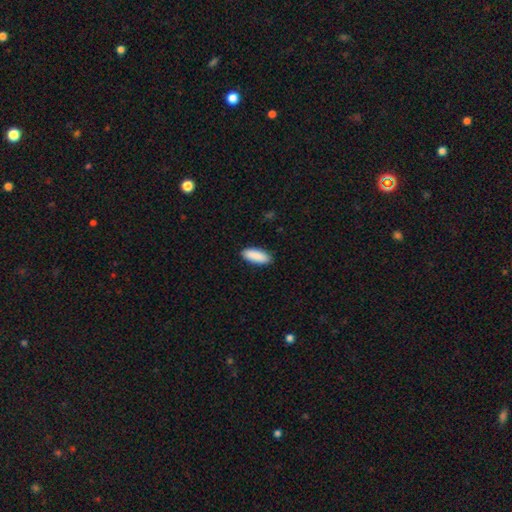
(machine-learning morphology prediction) Q: Smooth or featured?
A: smooth (91%); runner-up: star or artifact (6%)
Q: How rounded?
A: in between (78%); runner-up: cigar-shaped (21%)
Q: Merging?
A: none (89%); runner-up: minor disturbance (8%)